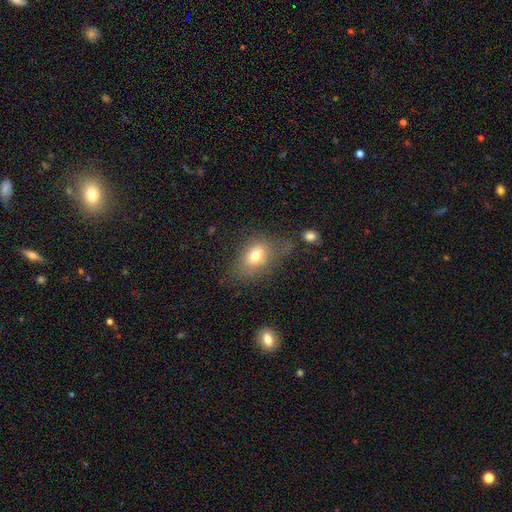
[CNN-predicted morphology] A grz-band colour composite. It shows a smooth galaxy with no disk features (73%) that is in between round and cigar-shaped (75%). Merging: none (52%).